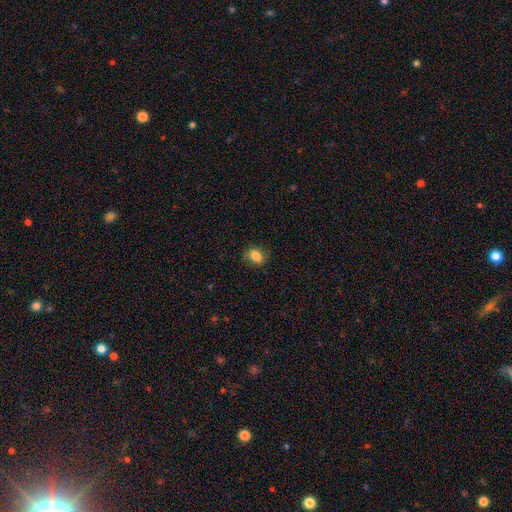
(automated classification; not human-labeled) This appears to be a smooth galaxy with no disk features (80%) that is in between round and cigar-shaped (63%). Merging: none (77%).